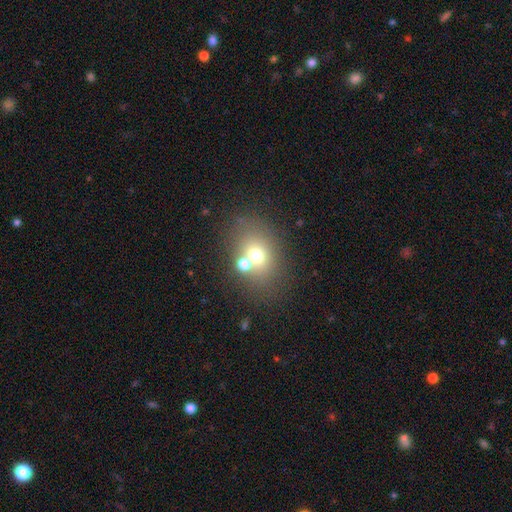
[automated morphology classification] This is likely a smooth galaxy (66%). How rounded: possibly in between (53%). Merging: possibly none (55%).